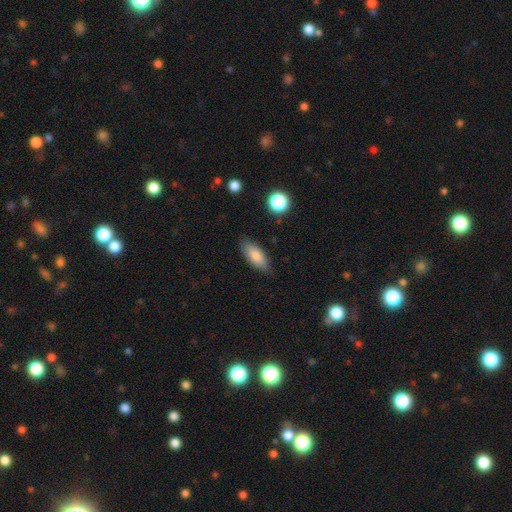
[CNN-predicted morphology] smooth-or-featured: smooth: 84% | featured or disk: 9% | star or artifact: 7%
  how-rounded: in between: 80% | cigar-shaped: 18% | round: 2%
  merging: none: 83% | minor disturbance: 13% | major disturbance: 3% | merger: 1%